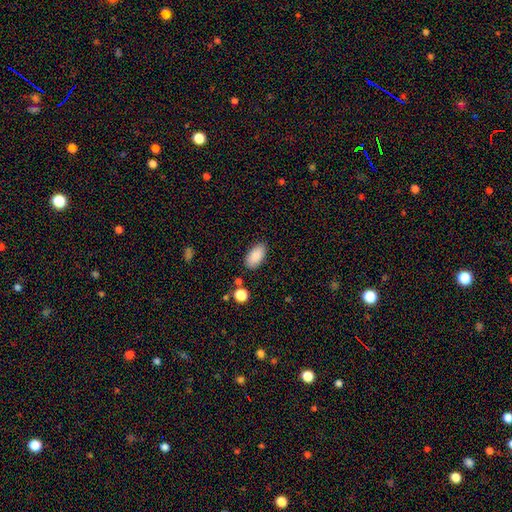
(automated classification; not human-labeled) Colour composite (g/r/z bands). It shows a smooth galaxy with no disk features (88%) that is in between round and cigar-shaped (95%). Merging: none (84%).